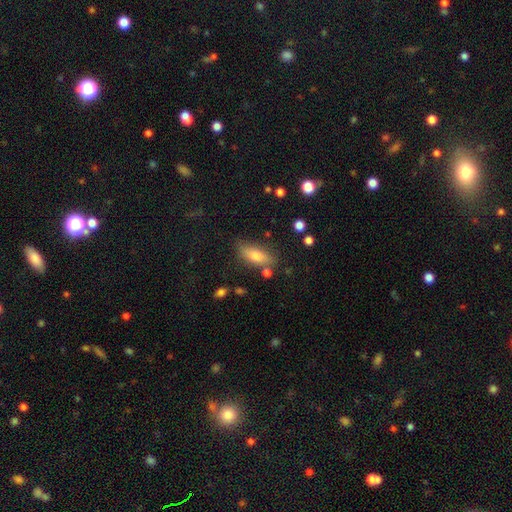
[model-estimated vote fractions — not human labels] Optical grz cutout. It shows a smooth galaxy with no disk features (76%) that is in between round and cigar-shaped (74%). Merging: none (72%).